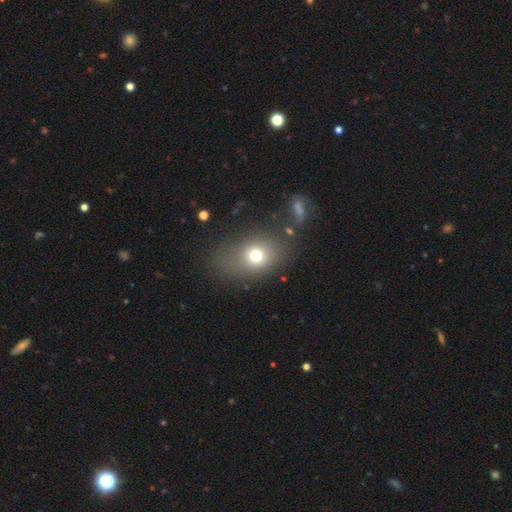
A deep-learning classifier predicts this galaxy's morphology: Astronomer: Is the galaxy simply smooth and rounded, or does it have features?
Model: smooth — 72%.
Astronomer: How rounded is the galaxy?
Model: in between — 57% (runner-up: round, 41%).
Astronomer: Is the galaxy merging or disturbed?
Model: none — 69%.